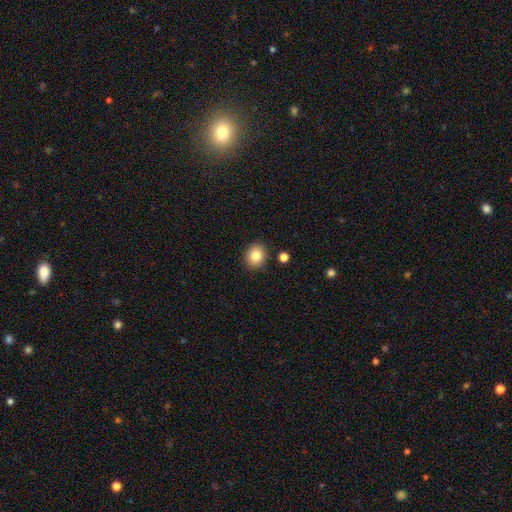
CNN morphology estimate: Q: Smooth or featured?
A: smooth (82%); runner-up: star or artifact (10%)
Q: How rounded?
A: round (80%); runner-up: in between (19%)
Q: Merging?
A: none (88%); runner-up: minor disturbance (7%)